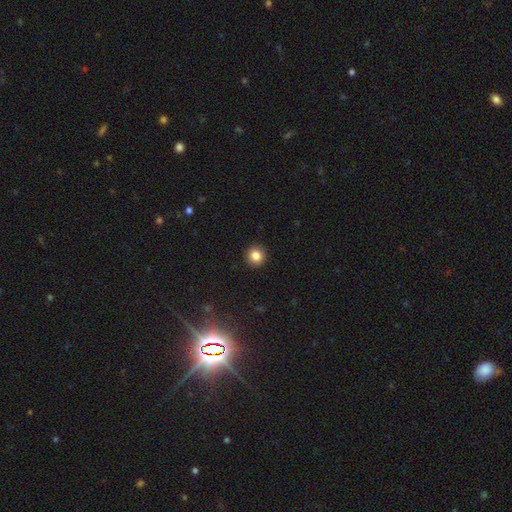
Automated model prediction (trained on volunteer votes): smooth_or_featured: smooth (p=0.84) [alt: star or artifact p=0.11]
how_rounded: round (p=0.92) [alt: in between p=0.08]
merging: none (p=0.92) [alt: minor disturbance p=0.05]